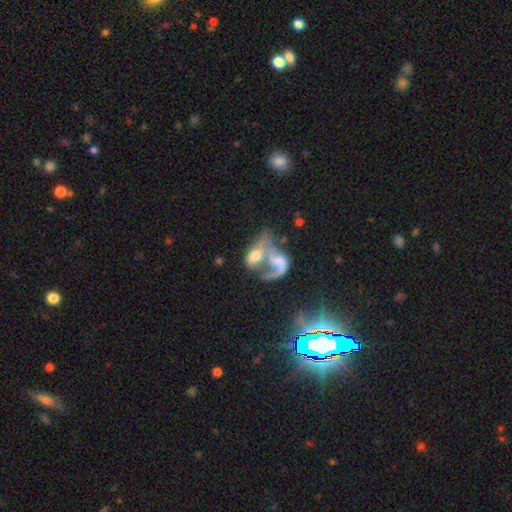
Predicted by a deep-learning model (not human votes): Q: Smooth or featured?
A: featured or disk (51%); runner-up: smooth (40%)
Q: Edge-on disk?
A: no (95%); runner-up: yes (5%)
Q: Merging?
A: merger (68%); runner-up: major disturbance (17%)